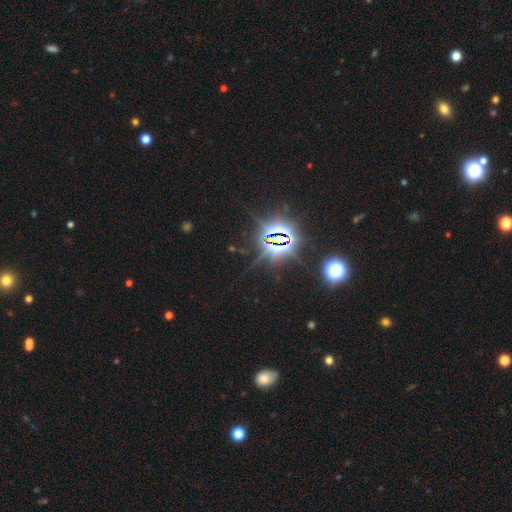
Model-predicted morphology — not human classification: A star or artifact, not a galaxy (84%).

Vote fractions:
- Smooth or featured? star or artifact: 84% / smooth: 10% / featured or disk: 6%